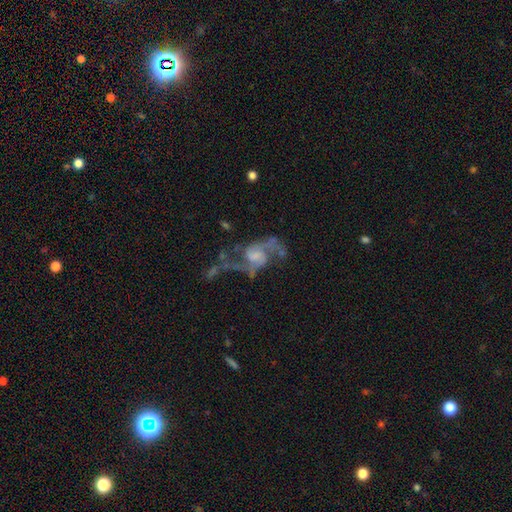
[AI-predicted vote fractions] This is clearly a featured or disk galaxy (84%). It is clearly not viewed edge-on (97%). Bar: possibly no (51%). Spiral arm pattern: clearly yes (92%). Spiral arm count: clearly 2 (87%). Spiral winding: possibly loose (59%). Central bulge: marginally small (32%). Merging: marginally none (42%).